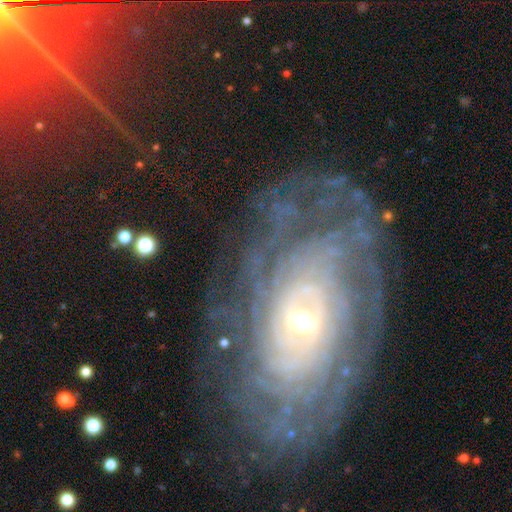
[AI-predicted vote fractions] smooth_or_featured: featured or disk (p=0.86) [alt: star or artifact p=0.07]
disk_edge_on: no (p=0.94) [alt: yes p=0.06]
bar: no (p=0.44) [alt: weak p=0.39]
has_spiral_arms: yes (p=0.95) [alt: no p=0.05]
spiral_winding: tight (p=0.79) [alt: medium p=0.16]
spiral_arm_count: can't tell (p=0.38) [alt: more than 4 p=0.25]
bulge_size: small (p=0.55) [alt: moderate p=0.40]
merging: none (p=0.74) [alt: minor disturbance p=0.14]